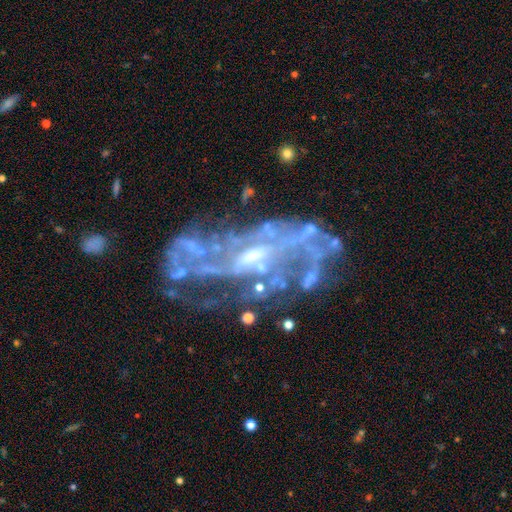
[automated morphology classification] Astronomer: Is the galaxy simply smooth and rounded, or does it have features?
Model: featured or disk — 83%.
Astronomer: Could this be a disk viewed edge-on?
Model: no — 91%.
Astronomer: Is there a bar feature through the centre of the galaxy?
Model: no — 47% (runner-up: weak, 37%).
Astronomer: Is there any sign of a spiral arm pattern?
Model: yes — 79%.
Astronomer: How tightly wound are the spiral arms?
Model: medium — 38% (runner-up: tight, 33%).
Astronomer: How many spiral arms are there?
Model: can't tell — 42% (runner-up: 2, 22%).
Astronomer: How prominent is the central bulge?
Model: small — 60%.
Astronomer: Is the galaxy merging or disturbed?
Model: none — 59%.